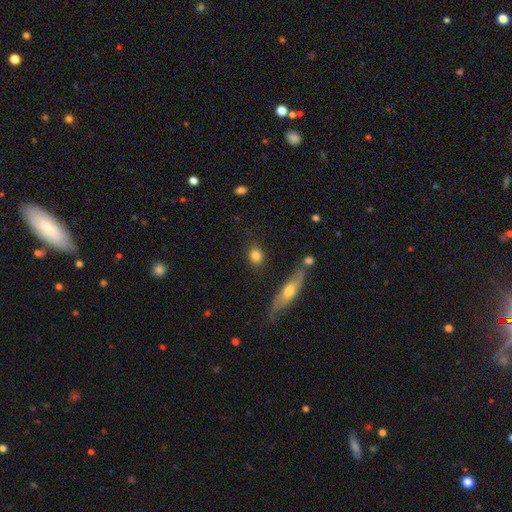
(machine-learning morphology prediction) smooth 81%, featured or disk 10%, star or artifact 8%. Down the decision tree: how rounded — round (53%); merging — none (79%).